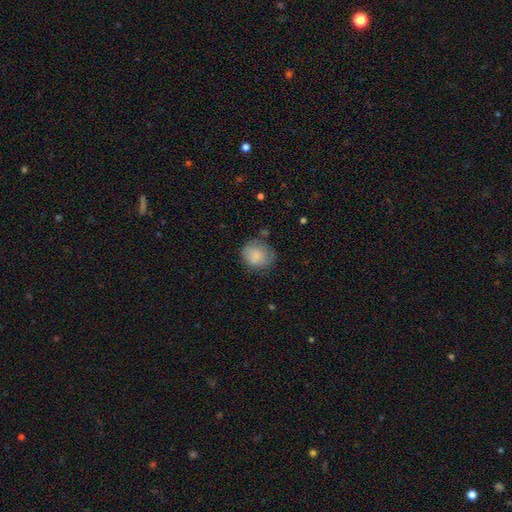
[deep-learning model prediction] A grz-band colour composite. It shows a smooth galaxy with no disk features (79%) that is round (76%). Merging: none (63%).